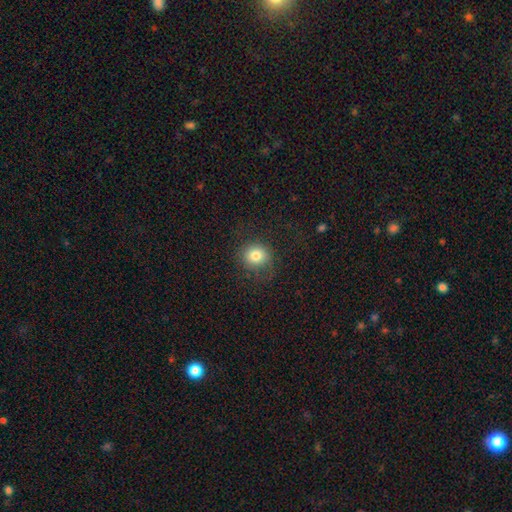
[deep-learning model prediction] Morphology: type=smooth (80%); roundness=round (86%); merging=none (80%).